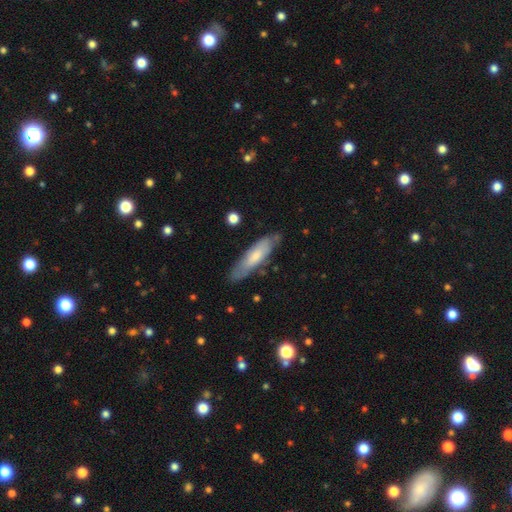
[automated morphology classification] This appears to be a smooth galaxy with no disk features (61%) that is cigar-shaped (63%). Merging: none (75%).